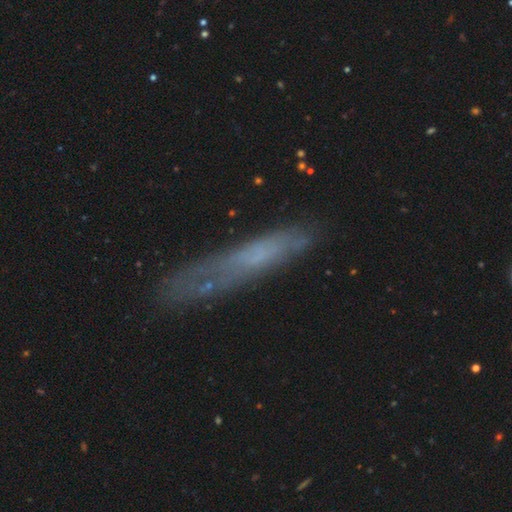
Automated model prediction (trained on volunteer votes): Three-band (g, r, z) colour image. It shows a smooth galaxy with no disk features (46%). Merging: none (67%).